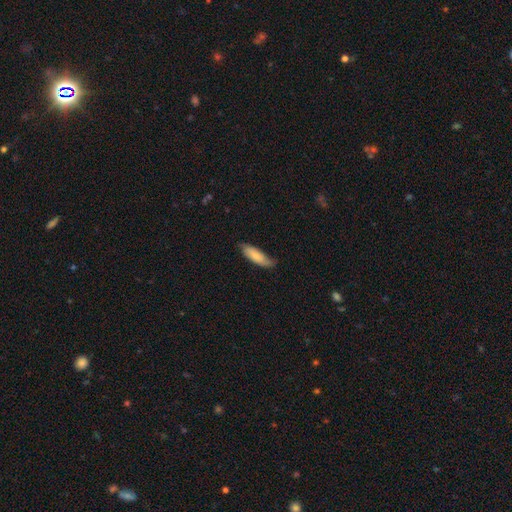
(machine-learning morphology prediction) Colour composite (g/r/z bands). It shows a smooth galaxy with no disk features (79%) that is cigar-shaped (51%). Merging: none (64%).